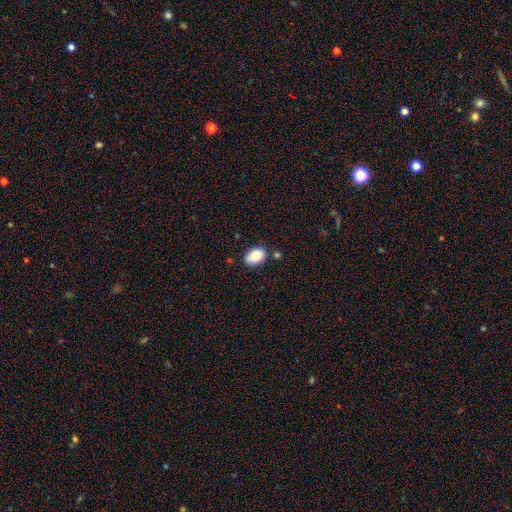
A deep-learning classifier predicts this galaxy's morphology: Smooth or featured: smooth — 87% (star or artifact — 8%)
How rounded: in between — 87% (round — 12%)
Merging: none — 71% (minor disturbance — 20%)